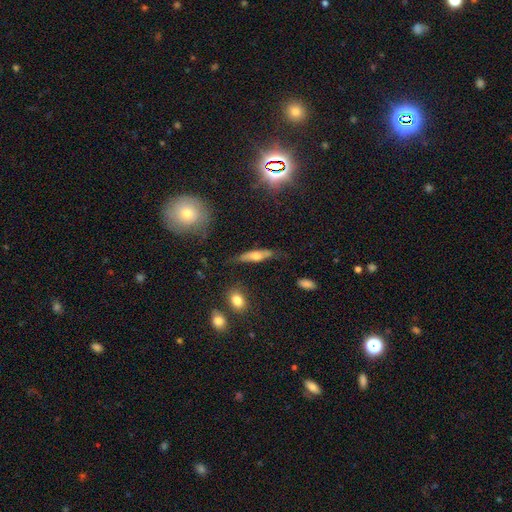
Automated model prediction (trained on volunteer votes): Smooth or featured: smooth — 47% (featured or disk — 44%)
Merging: none — 69% (minor disturbance — 21%)